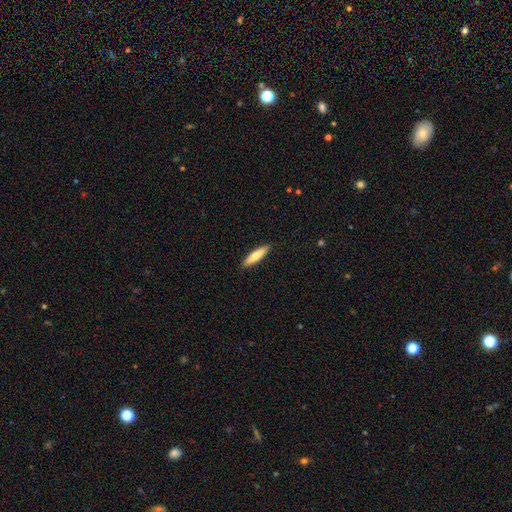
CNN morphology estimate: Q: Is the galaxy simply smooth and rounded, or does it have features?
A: smooth — 71%.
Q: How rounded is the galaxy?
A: cigar-shaped — 78%.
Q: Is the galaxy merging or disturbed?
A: none — 91%.